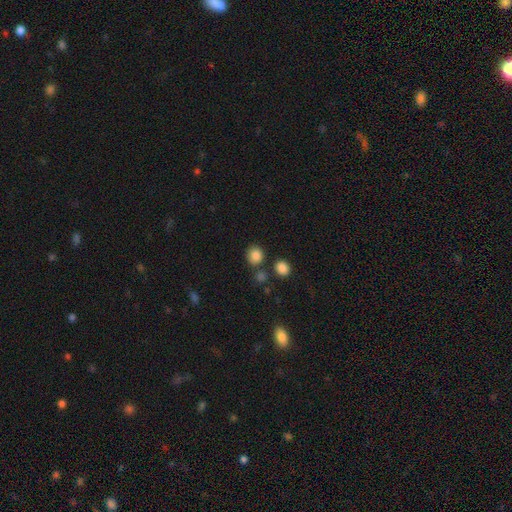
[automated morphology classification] Smooth or featured: smooth — 84% (star or artifact — 11%)
How rounded: round — 82% (in between — 17%)
Merging: none — 76% (merger — 11%)